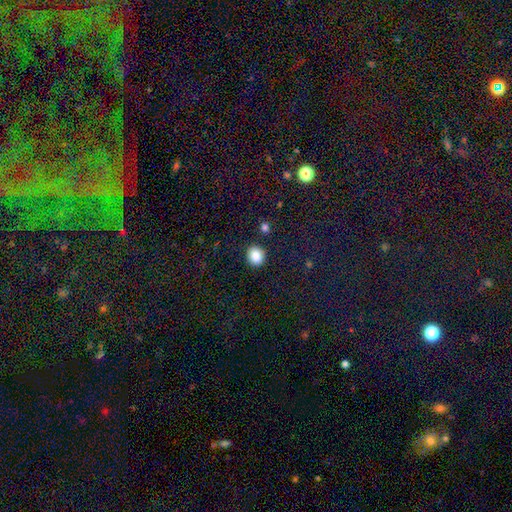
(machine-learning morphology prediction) Smooth or featured: smooth — 87% (star or artifact — 9%)
How rounded: round — 72% (in between — 27%)
Merging: none — 88% (minor disturbance — 7%)